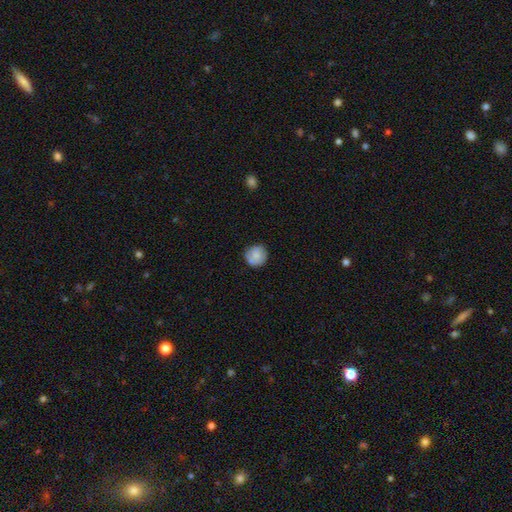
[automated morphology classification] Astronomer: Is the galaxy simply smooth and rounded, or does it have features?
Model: smooth — 74%.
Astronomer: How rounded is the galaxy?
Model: round — 92%.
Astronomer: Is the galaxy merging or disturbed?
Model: none — 76%.